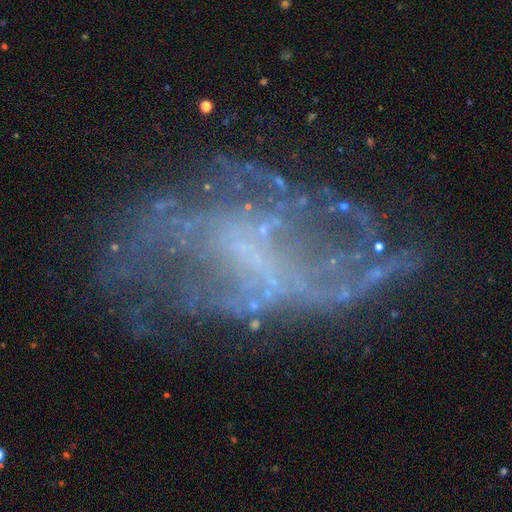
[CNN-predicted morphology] smooth-or-featured: featured or disk: 74% | star or artifact: 15% | smooth: 11%
  disk-edge-on: no: 96% | yes: 4%
    bar: no: 47% | weak: 36% | strong: 17%
    has-spiral-arms: yes: 56% | no: 44%
    bulge-size: none: 63% | small: 26% | moderate: 8% | large: 2% | dominant: 1%
  merging: none: 45% | major disturbance: 33% | minor disturbance: 18% | merger: 4%